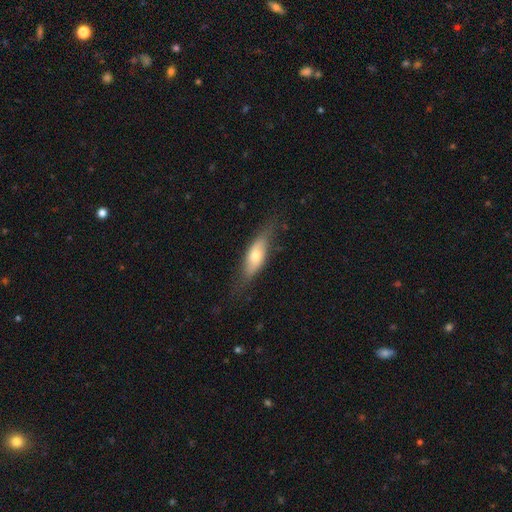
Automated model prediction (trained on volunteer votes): Smooth or featured: smooth — 58% (featured or disk — 35%)
How rounded: in between — 62% (cigar-shaped — 35%)
Merging: none — 69% (minor disturbance — 22%)